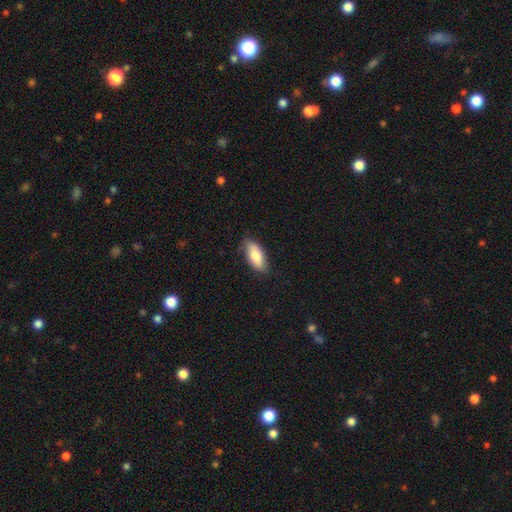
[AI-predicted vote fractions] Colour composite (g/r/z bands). It shows a smooth galaxy with no disk features (78%) that is in between round and cigar-shaped (85%). Merging: none (81%).